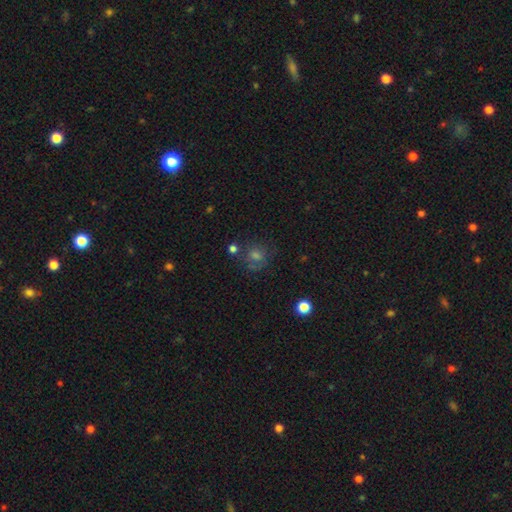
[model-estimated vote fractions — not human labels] The model was most divided on "smooth or featured": smooth: 45%, star or artifact: 29%, featured or disk: 26%. More confident: merging — none (68%).